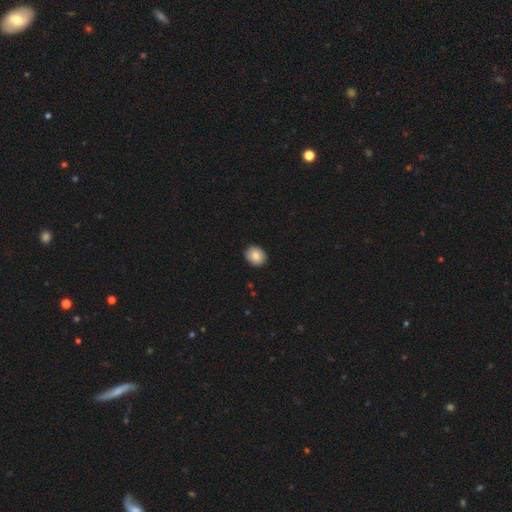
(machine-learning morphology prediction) smooth 84%, featured or disk 9%, star or artifact 8%. Down the decision tree: how rounded — round (57%); merging — none (90%).